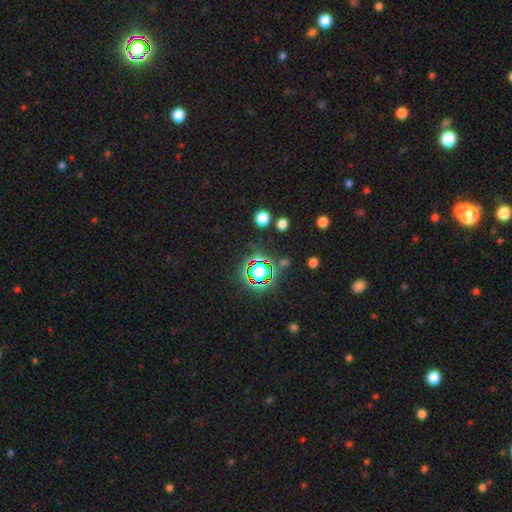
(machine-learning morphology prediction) Overall: star or artifact (77%).